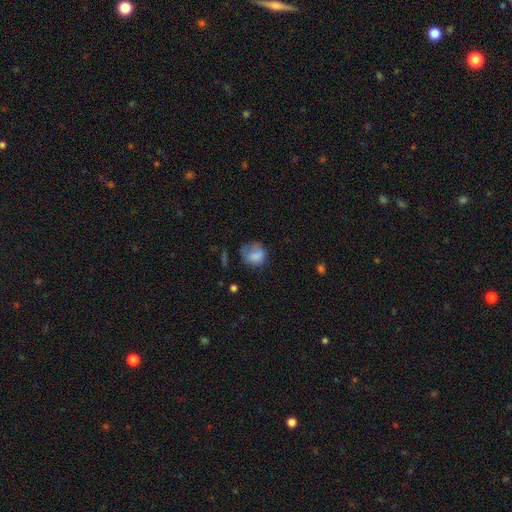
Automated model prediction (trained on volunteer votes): Smooth or featured?
  - smooth: 76% *
  - featured or disk: 14%
  - star or artifact: 10%
How rounded?
  - round: 66% *
  - in between: 33%
  - cigar-shaped: 1%
Merging?
  - none: 43% *
  - minor disturbance: 30%
  - major disturbance: 24%
  - merger: 3%